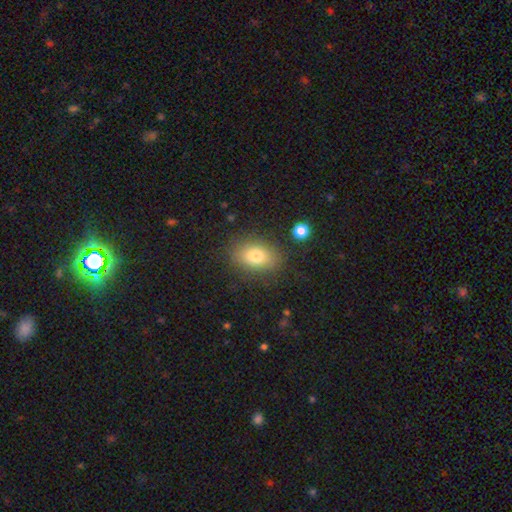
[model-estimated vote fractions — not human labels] A smooth galaxy with no disk features (78%) that is in between round and cigar-shaped (76%). Merging: none (82%).